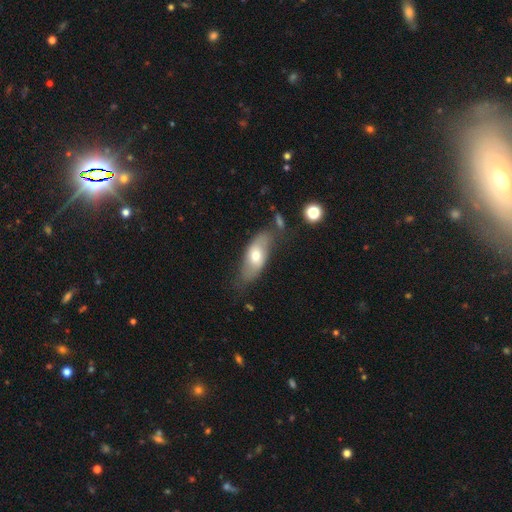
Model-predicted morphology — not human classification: A smooth galaxy with no disk features (61%) that is in between round and cigar-shaped (81%). Merging: none (63%).